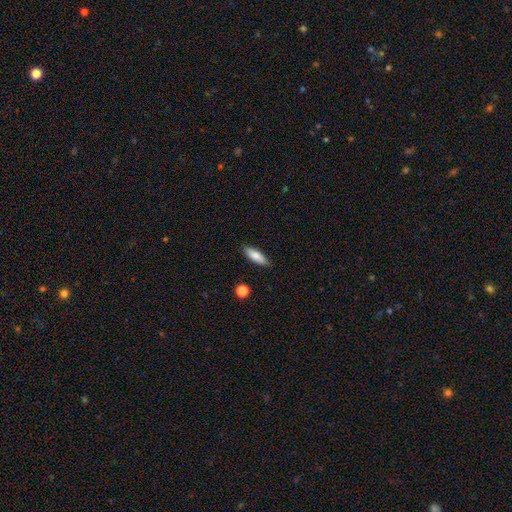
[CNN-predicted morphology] Smooth or featured?
  - smooth: 76% *
  - featured or disk: 18%
  - star or artifact: 7%
How rounded?
  - in between: 51% *
  - cigar-shaped: 47%
  - round: 2%
Merging?
  - none: 86% *
  - minor disturbance: 11%
  - major disturbance: 2%
  - merger: 1%